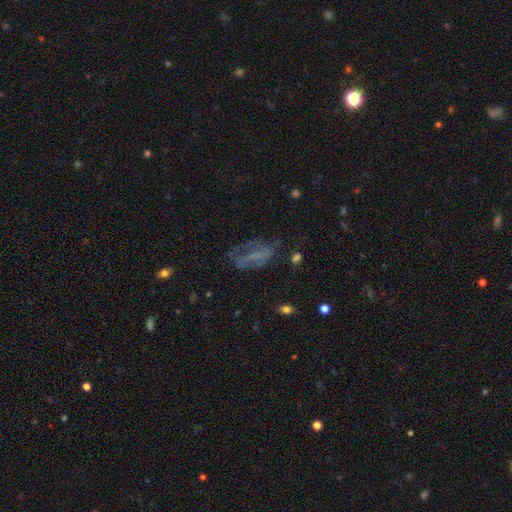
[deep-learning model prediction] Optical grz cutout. It shows a featured or disk galaxy (47%). Merging: none (42%).